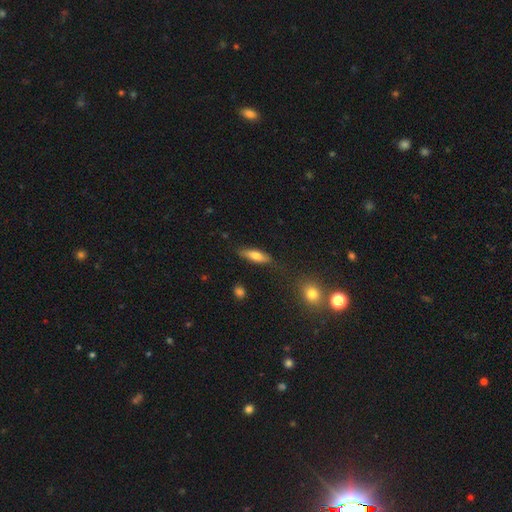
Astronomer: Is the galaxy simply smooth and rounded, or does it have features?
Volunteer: smooth — 77%.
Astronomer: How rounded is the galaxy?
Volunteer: in between — 67%.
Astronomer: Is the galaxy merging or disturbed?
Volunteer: none — 97%.